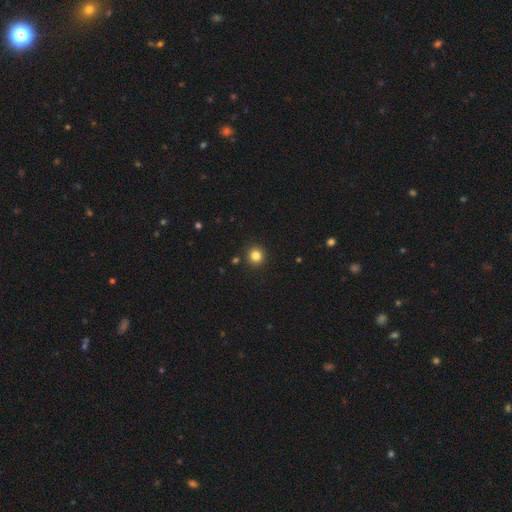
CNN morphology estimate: Smooth or featured: smooth — 83% (star or artifact — 12%)
How rounded: round — 94% (in between — 5%)
Merging: none — 92% (minor disturbance — 5%)